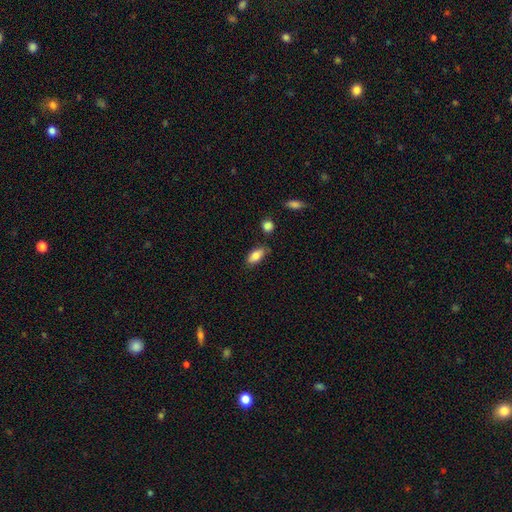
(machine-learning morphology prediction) smooth-or-featured: smooth: 83% | featured or disk: 10% | star or artifact: 7%
  how-rounded: in between: 88% | cigar-shaped: 9% | round: 3%
  merging: none: 72% | minor disturbance: 19% | merger: 5% | major disturbance: 4%